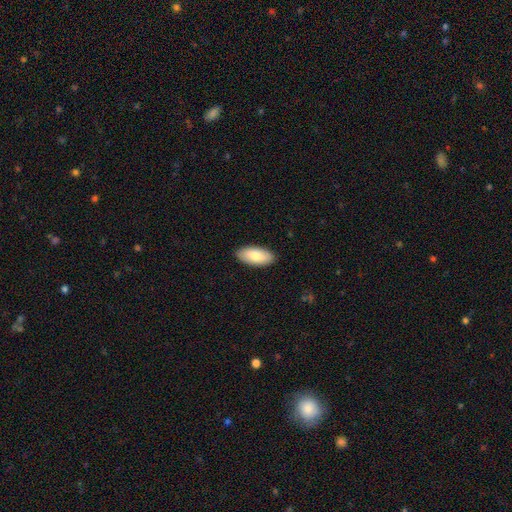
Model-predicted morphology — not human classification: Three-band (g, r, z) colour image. It shows a smooth galaxy with no disk features (82%) that is in between round and cigar-shaped (92%). Merging: none (90%).